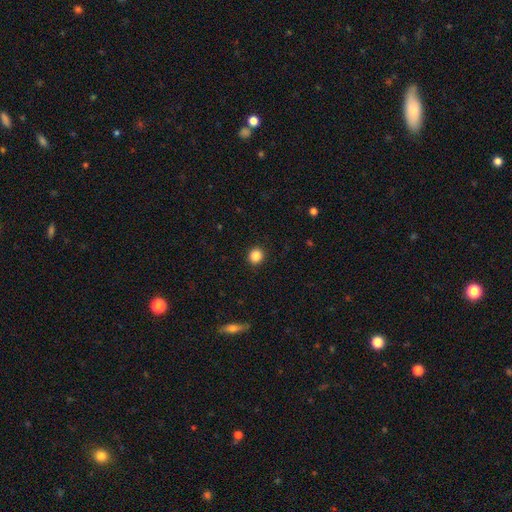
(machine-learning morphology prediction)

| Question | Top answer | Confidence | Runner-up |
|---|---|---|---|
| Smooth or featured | smooth | 86% | star or artifact (10%) |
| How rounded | round | 90% | in between (9%) |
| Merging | none | 92% | minor disturbance (5%) |